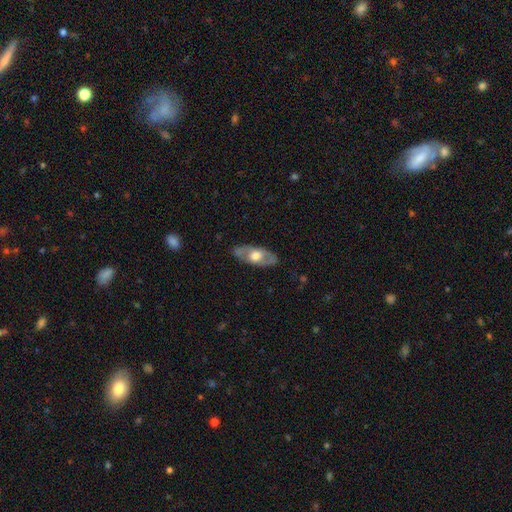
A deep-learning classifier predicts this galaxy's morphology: Smooth or featured: featured or disk — 53% (smooth — 42%)
Edge-on disk: no — 70% (yes — 30%)
Merging: none — 82% (minor disturbance — 14%)